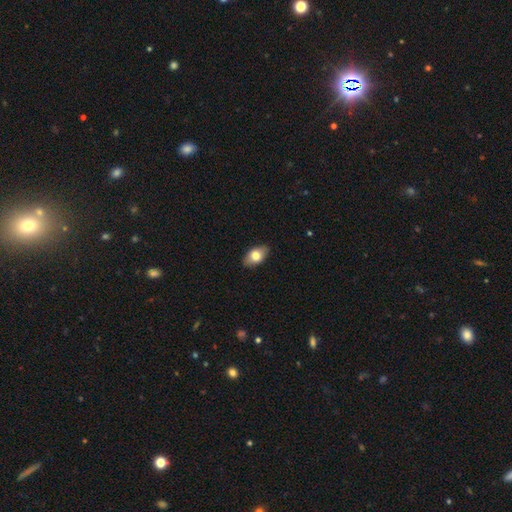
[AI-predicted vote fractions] smooth 73%, featured or disk 20%, star or artifact 7%. Down the decision tree: how rounded — in between (89%); merging — none (86%).